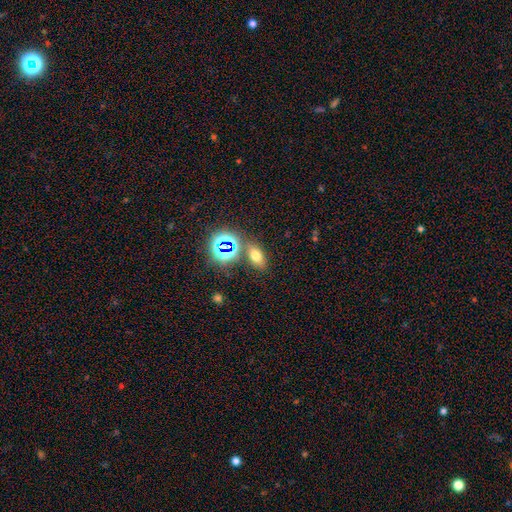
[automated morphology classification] A smooth galaxy with no disk features (61%) that is in between round and cigar-shaped (81%). Merging: none (75%).